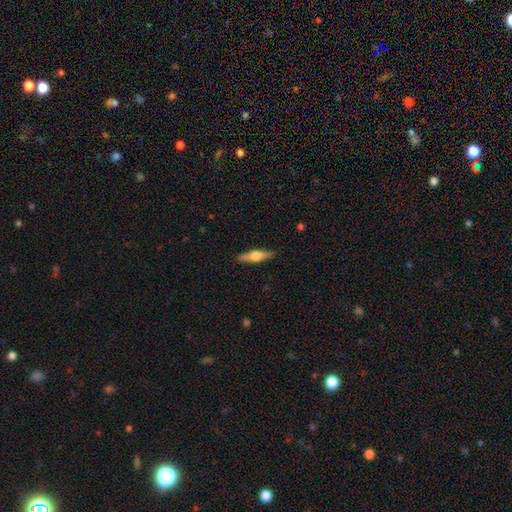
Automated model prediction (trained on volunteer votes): smooth_or_featured: featured or disk (p=0.55) [alt: smooth p=0.40]
disk_edge_on: yes (p=0.95) [alt: no p=0.05]
edge_on_bulge: rounded (p=0.92) [alt: boxy p=0.05]
merging: none (p=0.89) [alt: minor disturbance p=0.08]